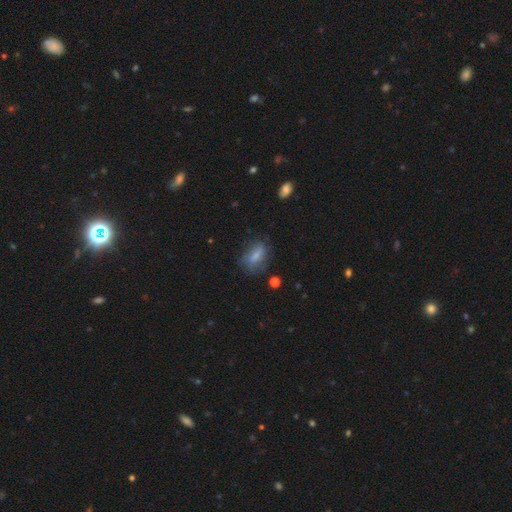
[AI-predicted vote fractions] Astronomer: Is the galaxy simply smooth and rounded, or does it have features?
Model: smooth — 64%.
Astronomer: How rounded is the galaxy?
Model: in between — 72%.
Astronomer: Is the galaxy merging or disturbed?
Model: none — 61%.